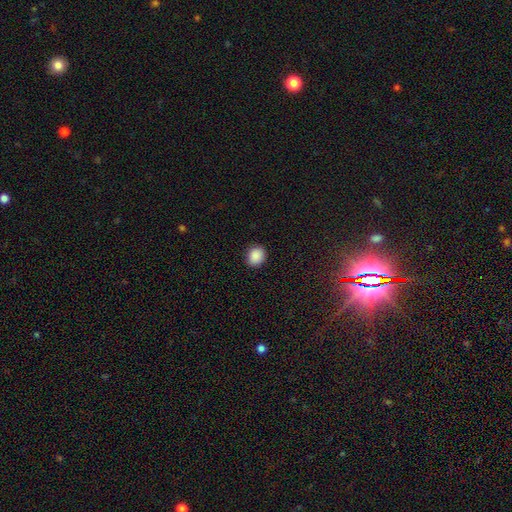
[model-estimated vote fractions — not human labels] A smooth galaxy with no disk features (89%) that is round (72%).

Vote fractions:
- Smooth or featured? smooth: 89% / star or artifact: 9% / featured or disk: 3%
- How rounded? round: 72% / in between: 27% / cigar-shaped: 1%
- Merging? none: 89% / minor disturbance: 8% / major disturbance: 2% / merger: 1%